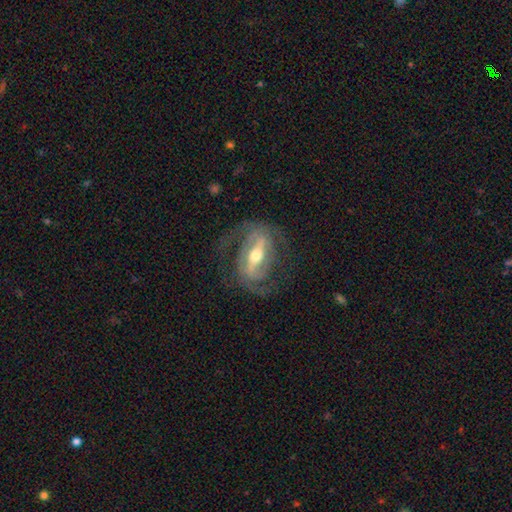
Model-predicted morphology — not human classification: Smooth or featured?
  - featured or disk: 87% *
  - smooth: 8%
  - star or artifact: 5%
Edge-on disk?
  - no: 90% *
  - yes: 10%
Bar?
  - strong: 69% *
  - weak: 22%
  - no: 9%
Spiral arms?
  - yes: 89% *
  - no: 11%
Spiral winding?
  - medium: 50% *
  - tight: 28%
  - loose: 22%
Spiral arm count?
  - 2: 85% *
  - can't tell: 6%
  - 1: 3%
  - 3: 3%
  - 4: 1%
  - more than 4: 1%
Bulge size?
  - moderate: 70% *
  - small: 21%
  - large: 7%
  - dominant: 1%
  - none: 1%
Merging?
  - none: 70% *
  - minor disturbance: 15%
  - major disturbance: 14%
  - merger: 1%